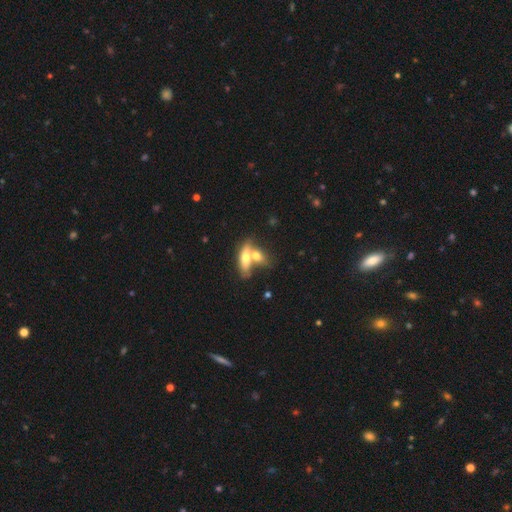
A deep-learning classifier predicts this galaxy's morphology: A smooth galaxy with no disk features (66%) that is in between round and cigar-shaped (68%). Merging: merger (61%).